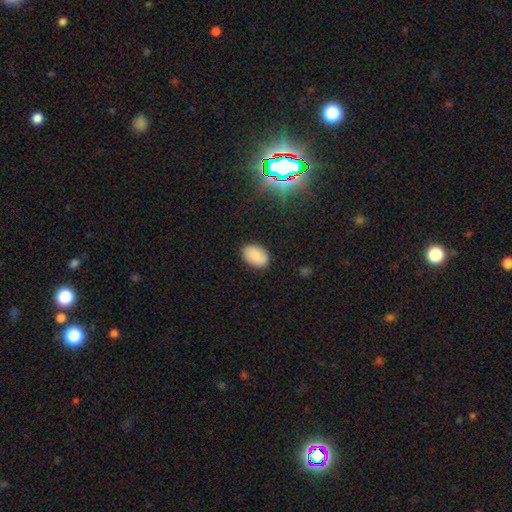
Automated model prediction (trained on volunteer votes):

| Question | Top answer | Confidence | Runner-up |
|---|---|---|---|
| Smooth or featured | smooth | 85% | star or artifact (8%) |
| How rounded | in between | 85% | round (14%) |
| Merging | none | 86% | minor disturbance (10%) |